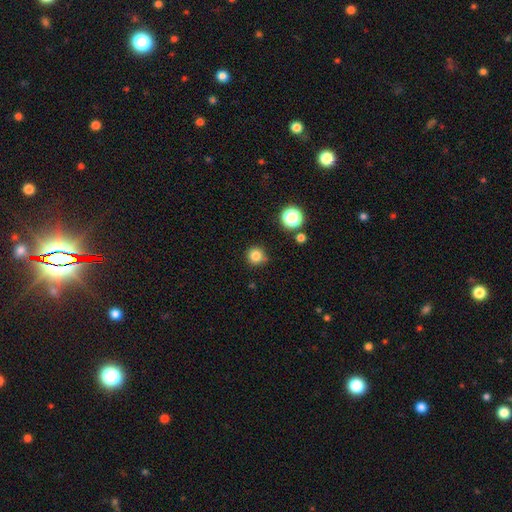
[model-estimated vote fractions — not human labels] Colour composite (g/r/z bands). It shows a smooth galaxy with no disk features (83%) that is round (95%). Merging: none (84%).